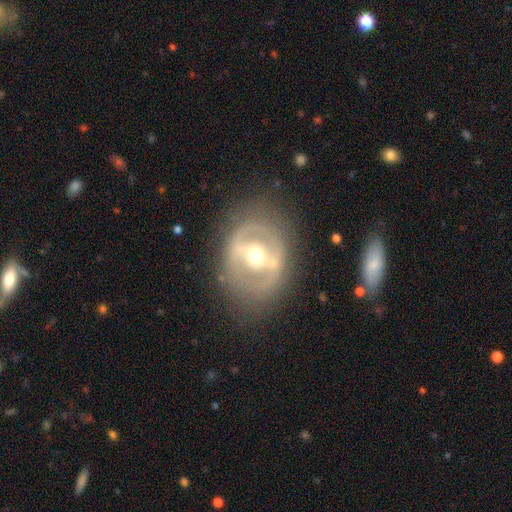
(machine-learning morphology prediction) type=featured or disk (74%); edge-on=no (94%); bar=strong (38%); spiral arms=no (67%); bulge=moderate (71%); merging=none (70%).